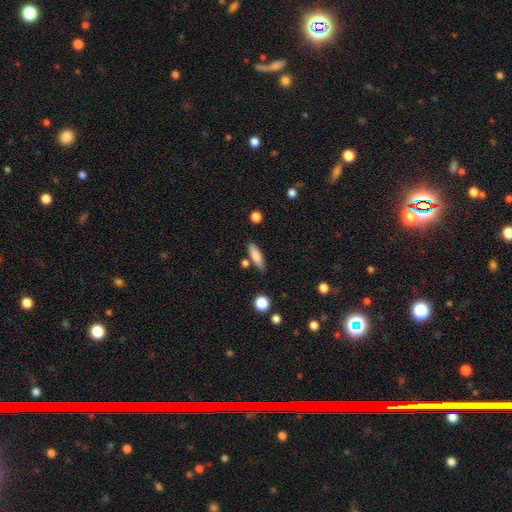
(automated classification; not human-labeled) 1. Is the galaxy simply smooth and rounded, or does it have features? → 79% smooth, 14% featured or disk, 7% star or artifact.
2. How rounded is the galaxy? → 55% cigar-shaped, 42% in between, 3% round.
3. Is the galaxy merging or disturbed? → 77% none, 13% minor disturbance, 7% merger, 3% major disturbance.